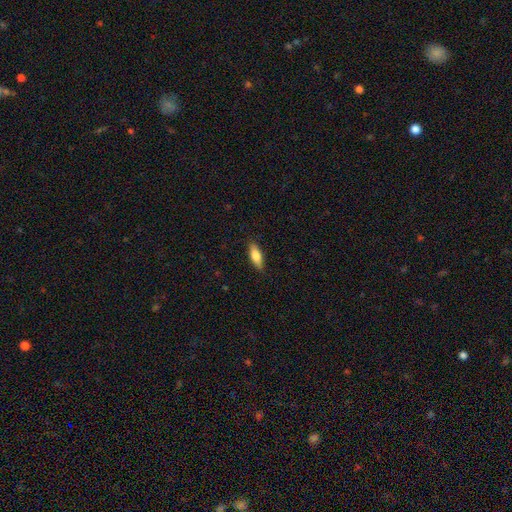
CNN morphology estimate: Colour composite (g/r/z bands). It shows a smooth galaxy with no disk features (75%) that is in between round and cigar-shaped (62%). Merging: none (86%).